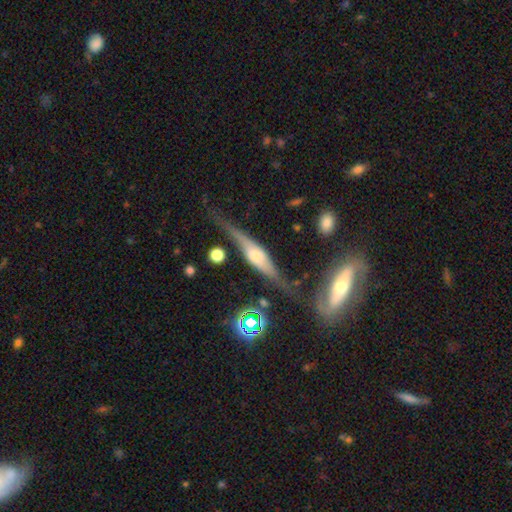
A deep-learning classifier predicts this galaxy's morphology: Smooth or featured? featured or disk (83%)
Edge-on disk? yes (92%)
Edge-on bulge? rounded (85%)
Merging? none (65%)